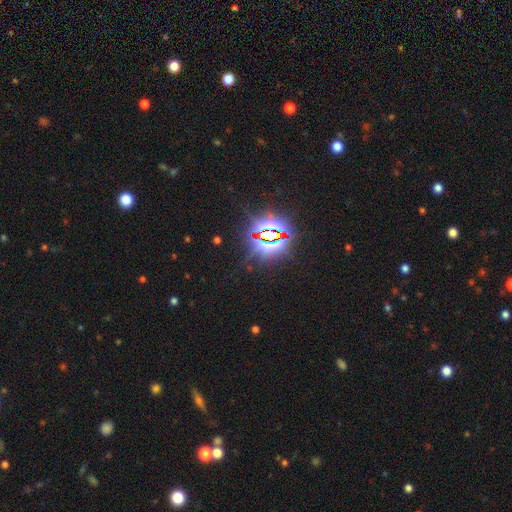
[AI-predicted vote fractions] This is clearly a star or artifact rather than a galaxy (84%).